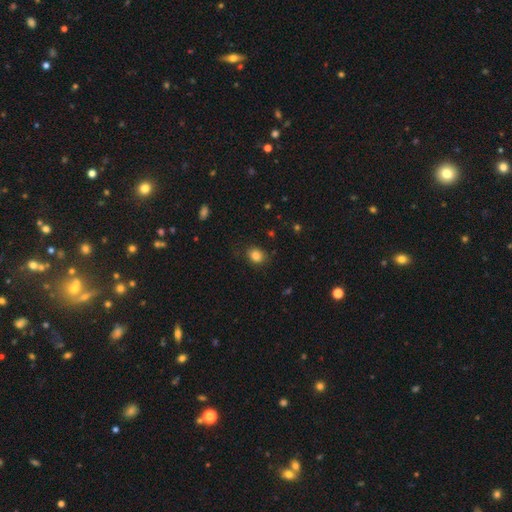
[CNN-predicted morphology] Smooth or featured?
  - smooth: 84% *
  - star or artifact: 11%
  - featured or disk: 5%
How rounded?
  - in between: 50% *
  - round: 49%
  - cigar-shaped: 1%
Merging?
  - none: 79% *
  - minor disturbance: 15%
  - major disturbance: 5%
  - merger: 1%